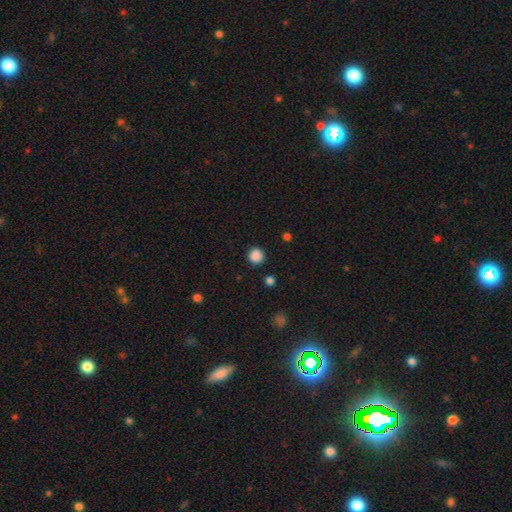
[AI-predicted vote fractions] smooth_or_featured: smooth (p=0.87) [alt: star or artifact p=0.10]
how_rounded: round (p=0.94) [alt: in between p=0.05]
merging: none (p=0.91) [alt: minor disturbance p=0.05]